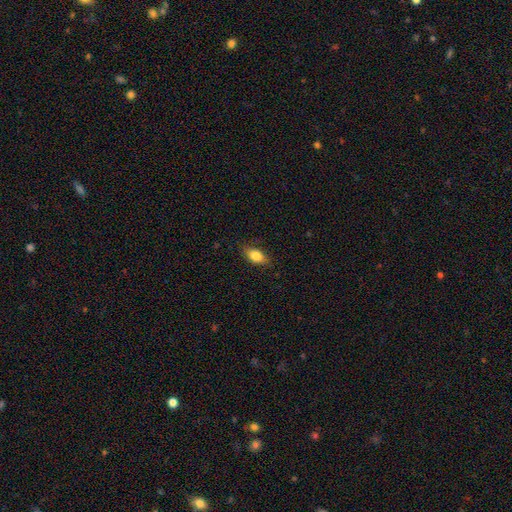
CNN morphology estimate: The model was most divided on "merging": none: 82%, minor disturbance: 14%, major disturbance: 3%, merger: 1%. More confident: how rounded — in between (84%); smooth or featured — smooth (83%).